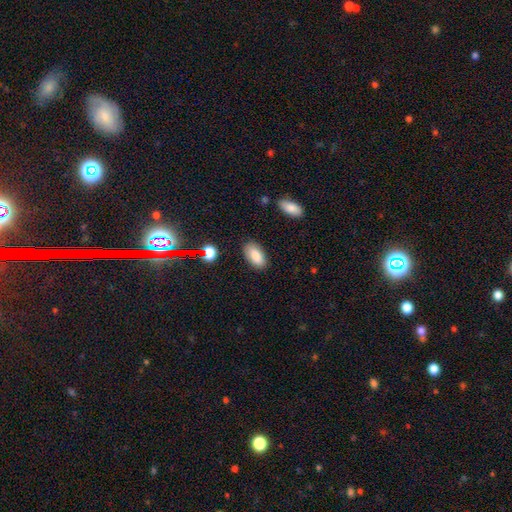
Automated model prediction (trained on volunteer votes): A smooth galaxy with no disk features (84%) that is in between round and cigar-shaped (93%). Merging: none (84%).